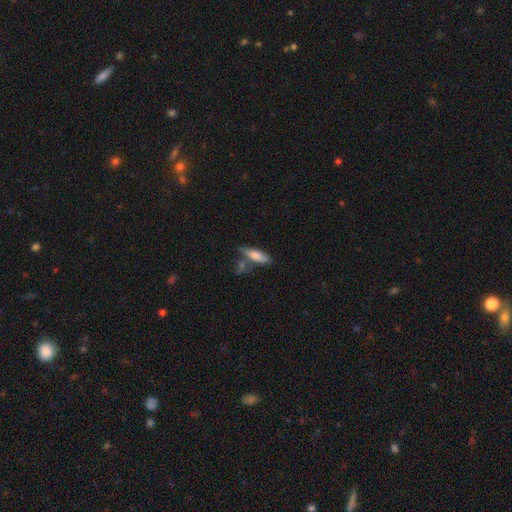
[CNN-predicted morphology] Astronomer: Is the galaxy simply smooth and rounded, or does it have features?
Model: smooth — 72%.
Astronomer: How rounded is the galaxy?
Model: cigar-shaped — 57% (runner-up: in between, 41%).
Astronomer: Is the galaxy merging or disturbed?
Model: none — 57%.